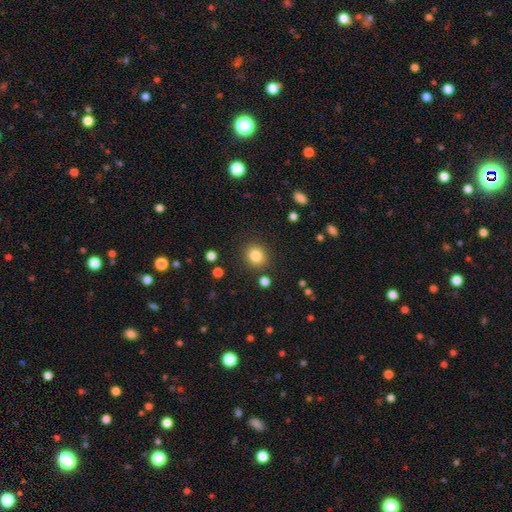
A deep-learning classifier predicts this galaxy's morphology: This is clearly a smooth galaxy (83%). How rounded: likely round (80%). Merging: clearly none (87%).